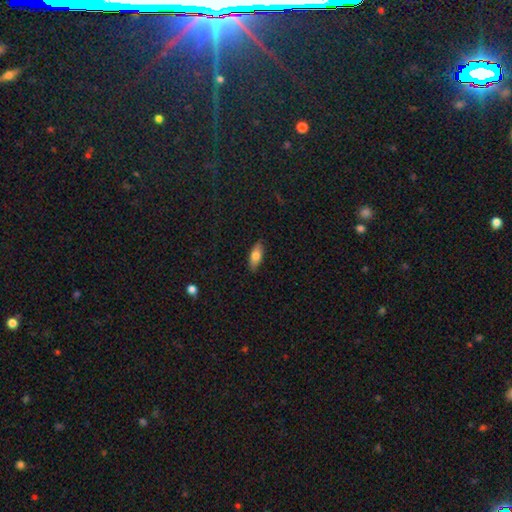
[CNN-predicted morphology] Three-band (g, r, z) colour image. It shows a smooth galaxy with no disk features (73%) that is in between round and cigar-shaped (76%). Merging: none (88%).